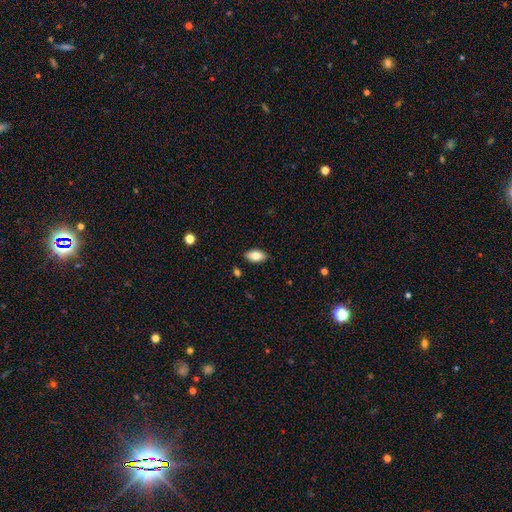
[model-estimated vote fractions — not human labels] smooth_or_featured: smooth (p=0.82) [alt: featured or disk p=0.11]
how_rounded: in between (p=0.93) [alt: cigar-shaped p=0.04]
merging: none (p=0.88) [alt: minor disturbance p=0.09]